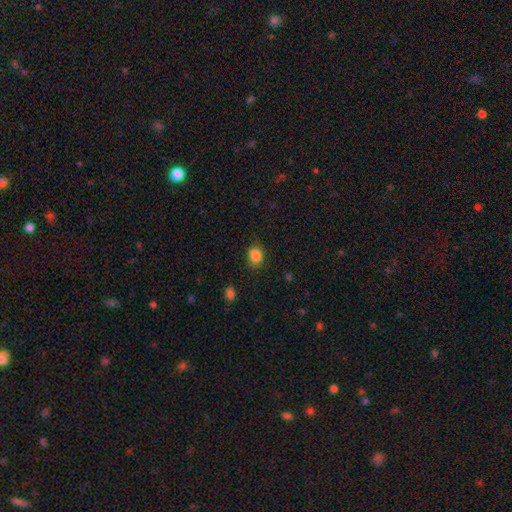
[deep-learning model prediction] smooth-or-featured: smooth: 86% | star or artifact: 10% | featured or disk: 4%
  how-rounded: in between: 55% | round: 44% | cigar-shaped: 1%
  merging: none: 79% | minor disturbance: 16% | major disturbance: 3% | merger: 1%